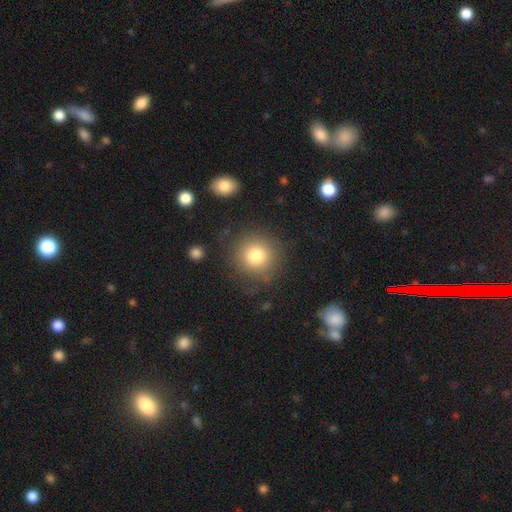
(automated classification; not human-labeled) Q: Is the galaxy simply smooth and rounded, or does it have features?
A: smooth — 79%.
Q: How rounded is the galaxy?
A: round — 92%.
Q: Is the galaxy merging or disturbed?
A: none — 83%.